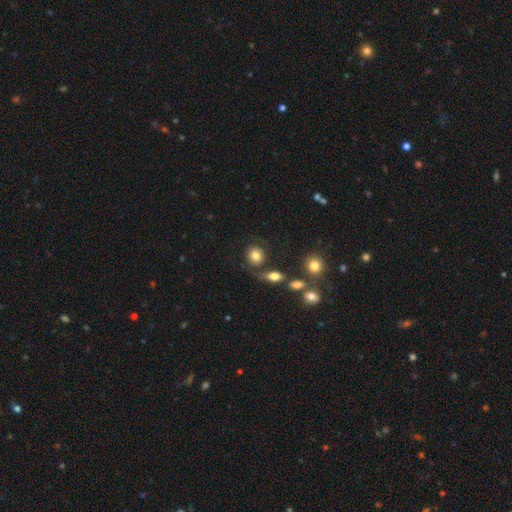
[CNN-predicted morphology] smooth 80%, featured or disk 10%, star or artifact 10%. Down the decision tree: how rounded — round (78%); merging — none (72%).